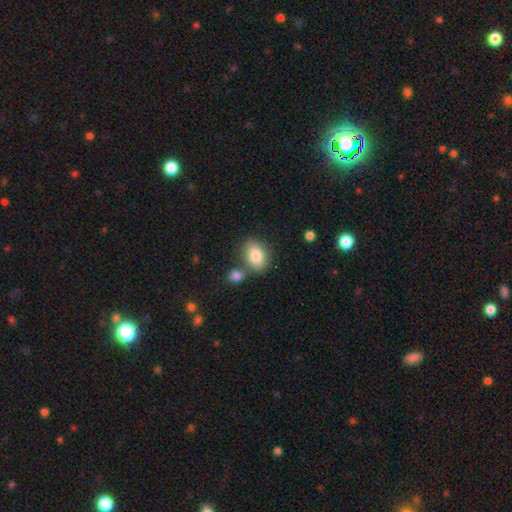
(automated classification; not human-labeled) This is clearly a smooth galaxy (84%). How rounded: likely in between (77%). Merging: likely none (64%).